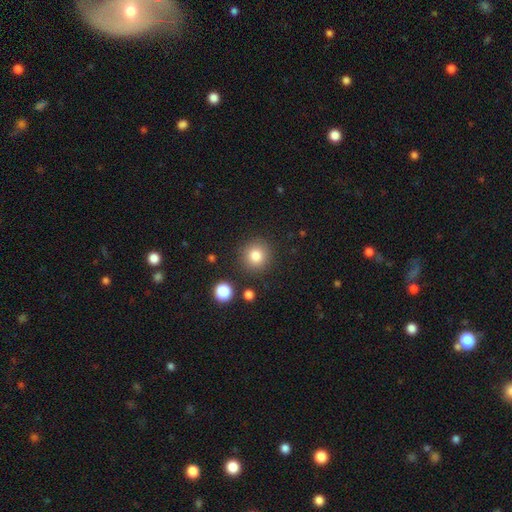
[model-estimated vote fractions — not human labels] Smooth or featured?
  - smooth: 82% *
  - star or artifact: 11%
  - featured or disk: 7%
How rounded?
  - round: 92% *
  - in between: 7%
  - cigar-shaped: 1%
Merging?
  - none: 88% *
  - minor disturbance: 7%
  - major disturbance: 3%
  - merger: 3%